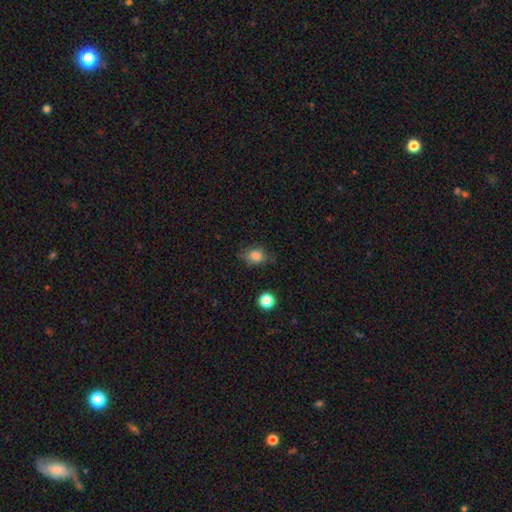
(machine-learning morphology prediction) Smooth or featured? smooth (82%)
How rounded? in between (54%)
Merging? none (70%)